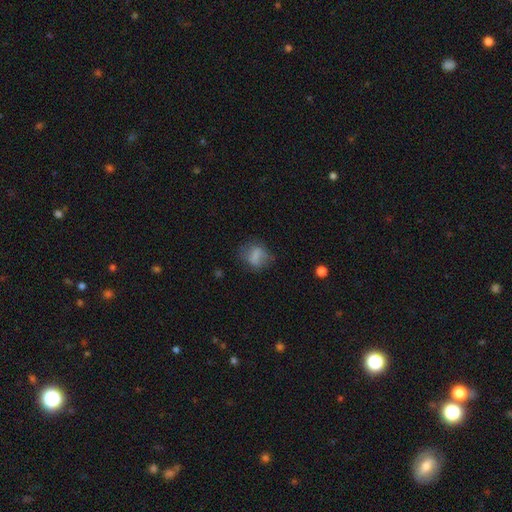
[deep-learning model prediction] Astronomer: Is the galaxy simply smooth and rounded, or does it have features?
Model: smooth — 68%.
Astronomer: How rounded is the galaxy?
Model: round — 50% (runner-up: in between, 48%).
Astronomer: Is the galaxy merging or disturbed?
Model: none — 58%.